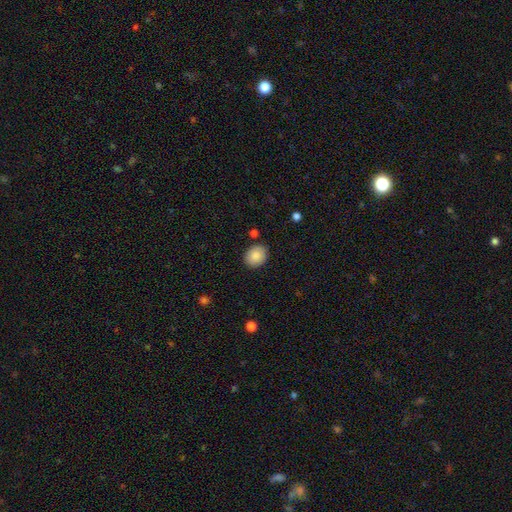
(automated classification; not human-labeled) Smooth or featured?
  - smooth: 87% *
  - star or artifact: 7%
  - featured or disk: 5%
How rounded?
  - in between: 52% *
  - round: 47%
  - cigar-shaped: 1%
Merging?
  - none: 86% *
  - minor disturbance: 10%
  - major disturbance: 2%
  - merger: 2%